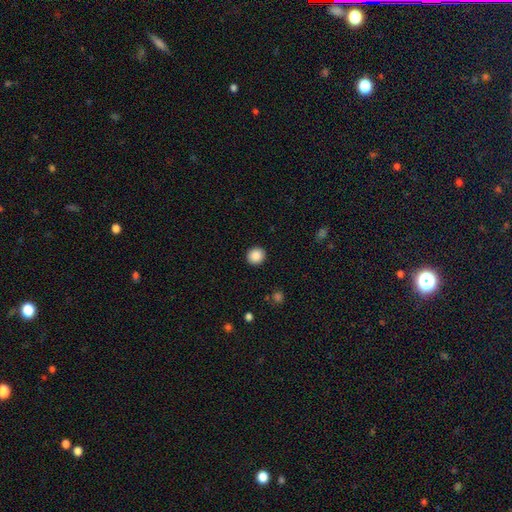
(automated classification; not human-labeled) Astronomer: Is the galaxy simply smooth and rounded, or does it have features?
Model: smooth — 88%.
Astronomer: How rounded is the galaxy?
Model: round — 91%.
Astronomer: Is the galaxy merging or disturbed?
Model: none — 92%.